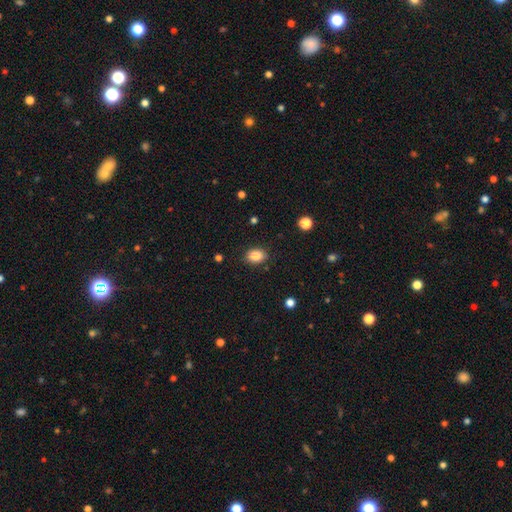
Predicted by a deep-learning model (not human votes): This is clearly a smooth galaxy (87%). How rounded: likely in between (74%). Merging: clearly none (86%).